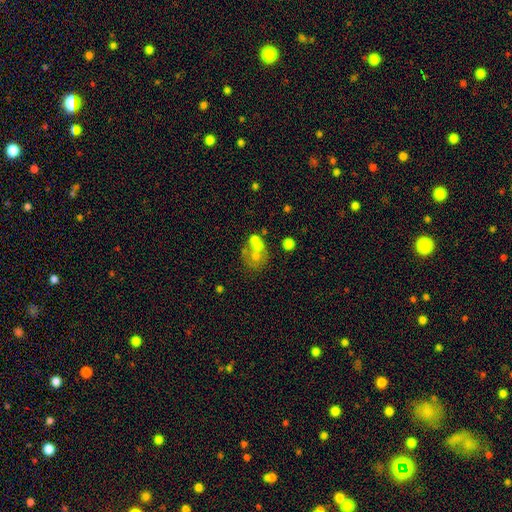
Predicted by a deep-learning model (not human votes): smooth-or-featured: smooth: 47% | featured or disk: 39% | star or artifact: 14%
  merging: merger: 52% | none: 28% | major disturbance: 10% | minor disturbance: 10%